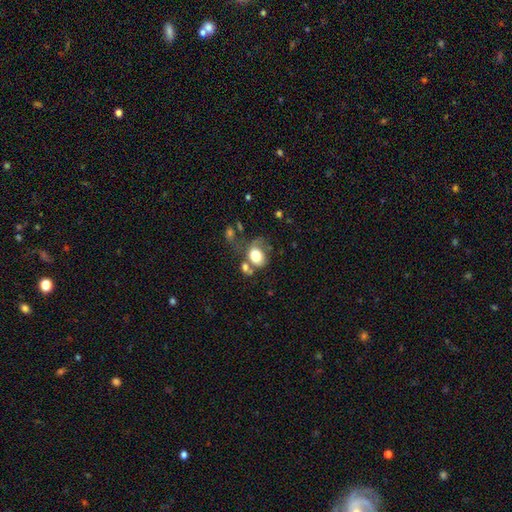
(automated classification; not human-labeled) Smooth or featured?
  - smooth: 74% *
  - featured or disk: 16%
  - star or artifact: 9%
How rounded?
  - in between: 57% *
  - round: 42%
  - cigar-shaped: 1%
Merging?
  - none: 35% *
  - merger: 22%
  - minor disturbance: 22%
  - major disturbance: 21%